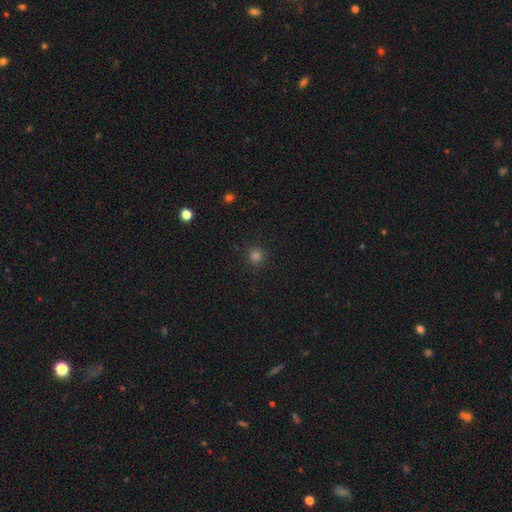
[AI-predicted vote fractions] A smooth galaxy with no disk features (79%) that is round (95%).

Vote fractions:
- Smooth or featured? smooth: 79% / star or artifact: 17% / featured or disk: 4%
- How rounded? round: 95% / in between: 4% / cigar-shaped: 1%
- Merging? none: 91% / minor disturbance: 5% / major disturbance: 2% / merger: 1%